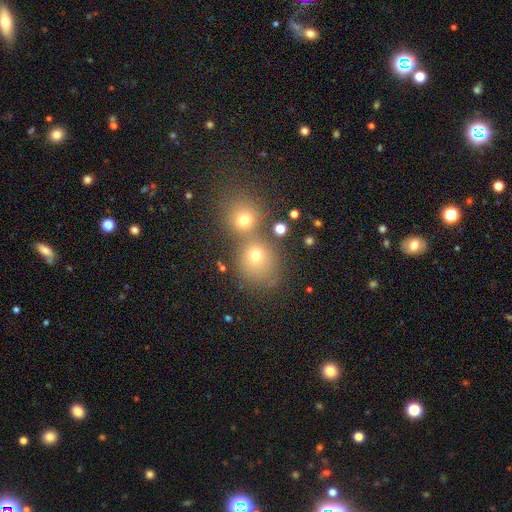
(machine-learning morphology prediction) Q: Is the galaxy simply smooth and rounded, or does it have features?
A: smooth — 66%.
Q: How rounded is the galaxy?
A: round — 78%.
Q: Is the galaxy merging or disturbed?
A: merger — 45%.